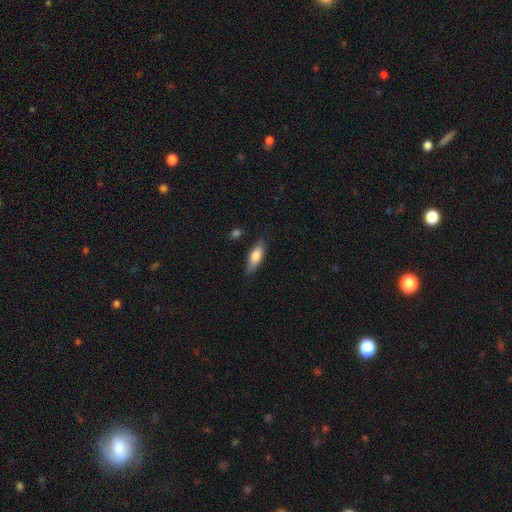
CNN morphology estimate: type=smooth (75%); roundness=in between (62%); merging=none (77%).